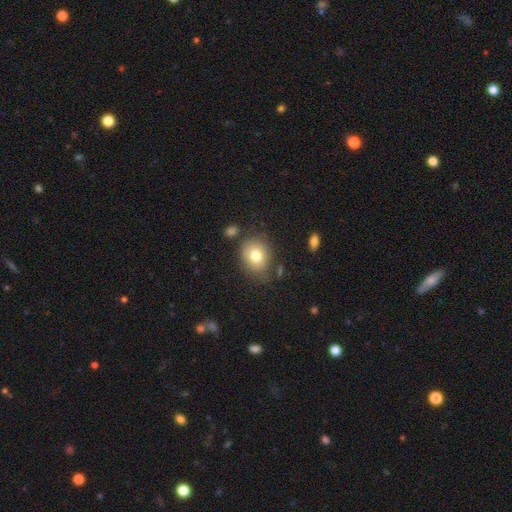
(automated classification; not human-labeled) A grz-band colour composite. It shows a smooth galaxy with no disk features (78%) that is round (56%). Merging: none (72%).